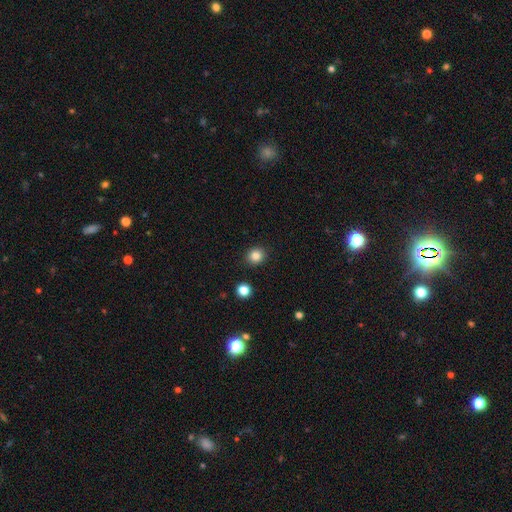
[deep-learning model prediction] Smooth or featured?
  - smooth: 84% *
  - star or artifact: 11%
  - featured or disk: 5%
How rounded?
  - round: 83% *
  - in between: 16%
  - cigar-shaped: 1%
Merging?
  - none: 90% *
  - minor disturbance: 6%
  - major disturbance: 2%
  - merger: 2%